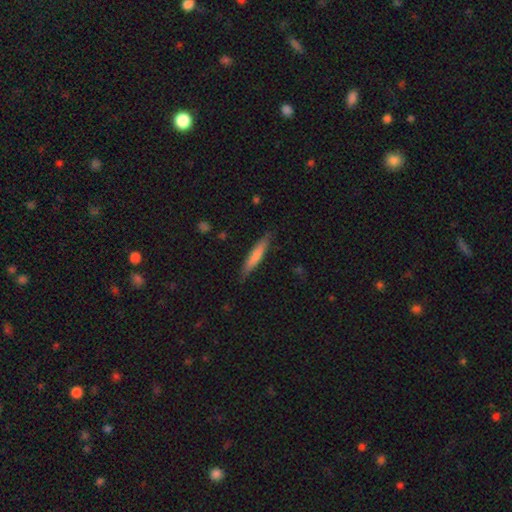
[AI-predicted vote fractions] A smooth galaxy with no disk features (70%) that is cigar-shaped (91%).

Vote fractions:
- Smooth or featured? smooth: 70% / featured or disk: 25% / star or artifact: 5%
- How rounded? cigar-shaped: 91% / in between: 8% / round: 1%
- Merging? none: 84% / minor disturbance: 13% / major disturbance: 2% / merger: 1%